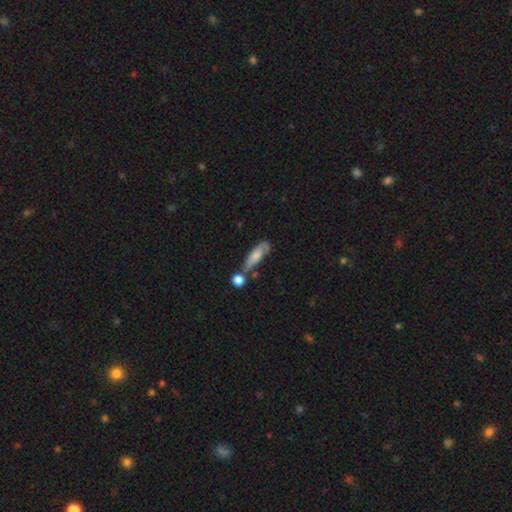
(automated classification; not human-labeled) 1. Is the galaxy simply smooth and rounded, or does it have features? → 64% smooth, 29% featured or disk, 7% star or artifact.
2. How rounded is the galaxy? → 52% cigar-shaped, 44% in between, 4% round.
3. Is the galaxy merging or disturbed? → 50% none, 23% minor disturbance, 17% merger, 9% major disturbance.